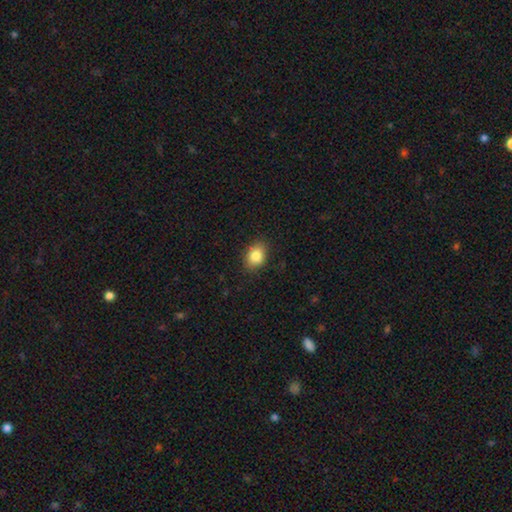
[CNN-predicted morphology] A smooth galaxy with no disk features (85%) that is in between round and cigar-shaped (68%).

Vote fractions:
- Smooth or featured? smooth: 85% / star or artifact: 9% / featured or disk: 6%
- How rounded? in between: 68% / round: 31% / cigar-shaped: 1%
- Merging? none: 84% / minor disturbance: 12% / major disturbance: 3% / merger: 1%